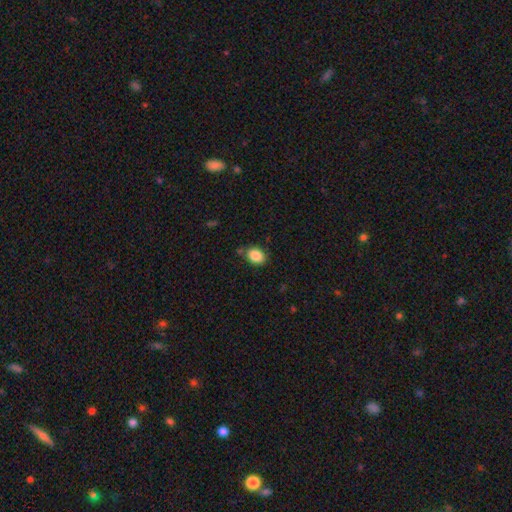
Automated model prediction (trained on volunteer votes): Smooth or featured: smooth — 87% (star or artifact — 9%)
How rounded: in between — 64% (round — 35%)
Merging: none — 79% (minor disturbance — 13%)